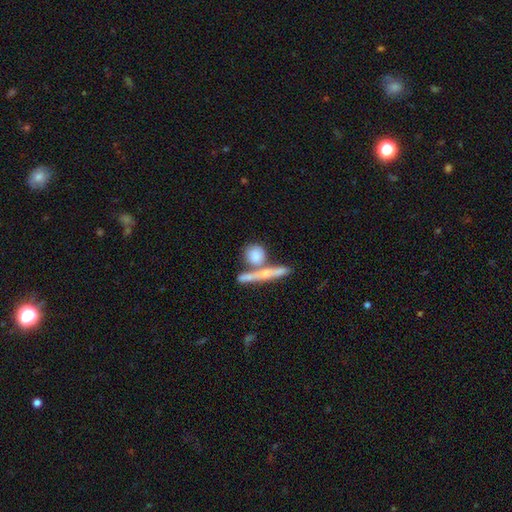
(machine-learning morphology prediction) smooth 72%, featured or disk 20%, star or artifact 8%. Down the decision tree: how rounded — round (63%); merging — none (55%).